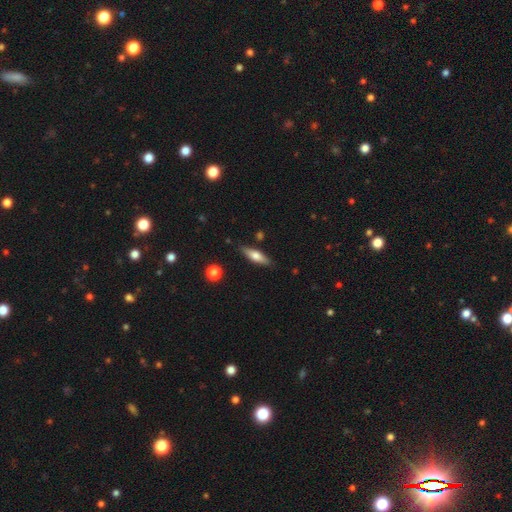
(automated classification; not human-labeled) The model was most divided on "how rounded": cigar-shaped: 57%, in between: 40%, round: 3%. More confident: merging — none (84%); smooth or featured — smooth (57%).